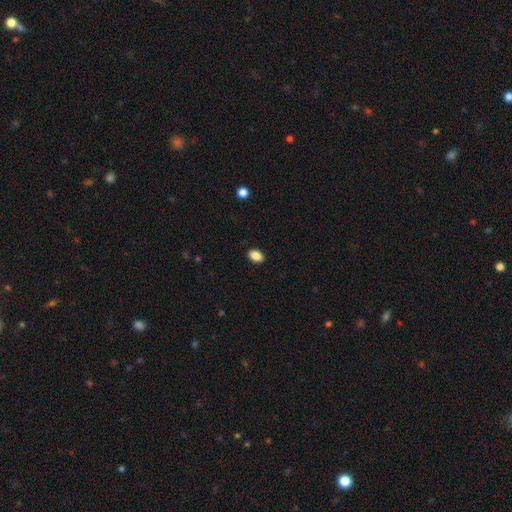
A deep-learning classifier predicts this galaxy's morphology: Q: Smooth or featured?
A: smooth (88%); runner-up: star or artifact (9%)
Q: How rounded?
A: in between (81%); runner-up: round (17%)
Q: Merging?
A: none (90%); runner-up: minor disturbance (7%)